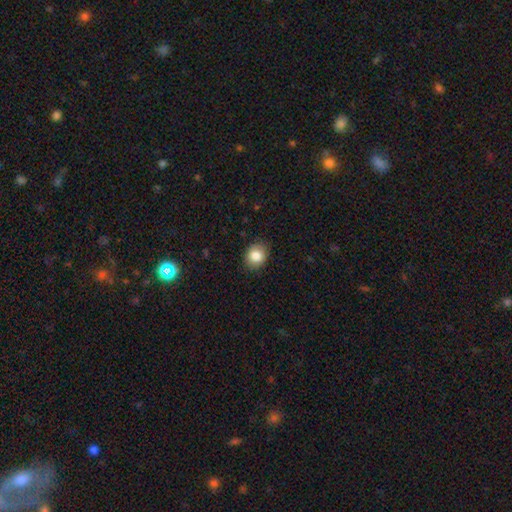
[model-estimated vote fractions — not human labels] The model was most divided on "how rounded": round: 59%, in between: 40%, cigar-shaped: 1%. More confident: merging — none (86%); smooth or featured — smooth (85%).